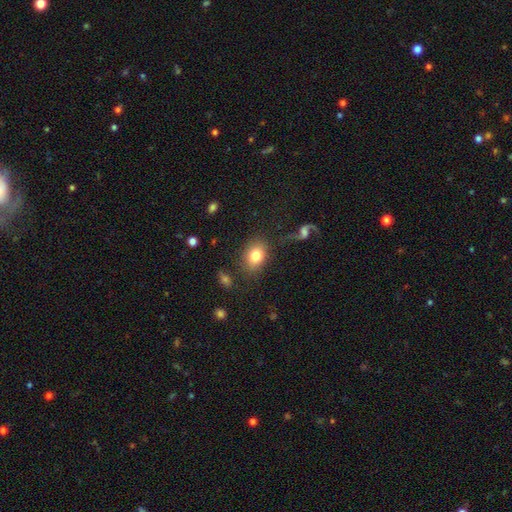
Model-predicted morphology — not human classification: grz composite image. It shows a smooth galaxy with no disk features (80%) that is in between round and cigar-shaped (67%). Merging: none (80%).